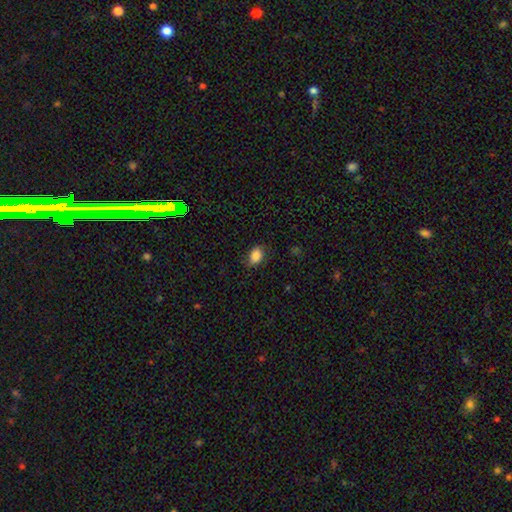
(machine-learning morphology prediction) The model was most divided on "merging": none: 75%, minor disturbance: 19%, major disturbance: 5%, merger: 1%. More confident: smooth or featured — smooth (85%); how rounded — in between (81%).